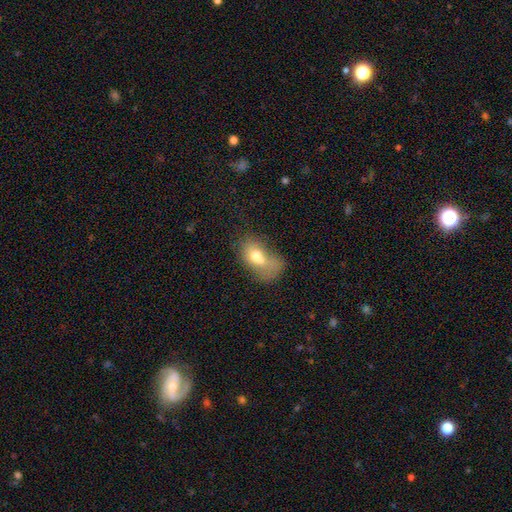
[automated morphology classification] A smooth galaxy with no disk features (67%) that is in between round and cigar-shaped (81%).

Vote fractions:
- Smooth or featured? smooth: 67% / featured or disk: 24% / star or artifact: 9%
- How rounded? in between: 81% / round: 16% / cigar-shaped: 3%
- Merging? merger: 47% / major disturbance: 20% / none: 17% / minor disturbance: 15%